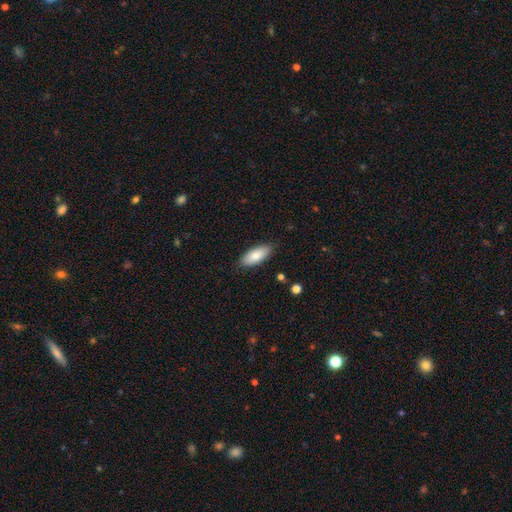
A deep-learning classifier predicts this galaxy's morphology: smooth_or_featured: smooth (p=0.79) [alt: featured or disk p=0.15]
how_rounded: in between (p=0.84) [alt: cigar-shaped p=0.14]
merging: none (p=0.86) [alt: minor disturbance p=0.10]